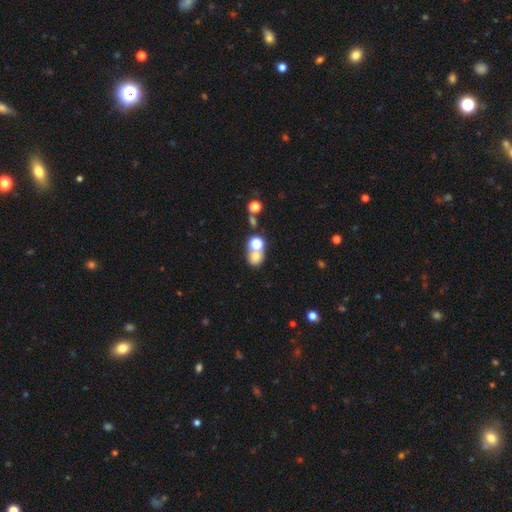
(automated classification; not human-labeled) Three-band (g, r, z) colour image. It shows a smooth galaxy with no disk features (71%) that is round (67%). Merging: merger (46%).